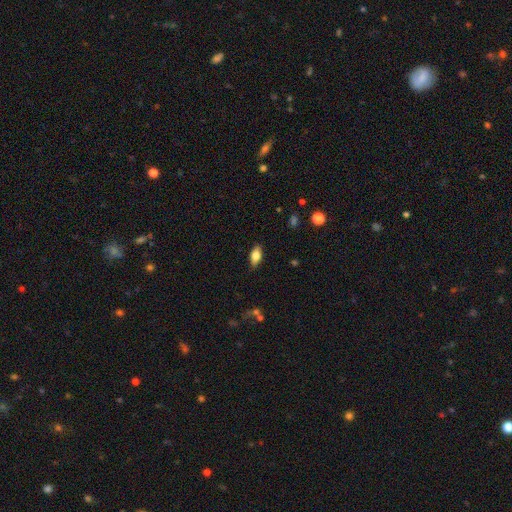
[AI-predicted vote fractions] Q: Smooth or featured?
A: smooth (69%); runner-up: featured or disk (23%)
Q: How rounded?
A: in between (83%); runner-up: cigar-shaped (13%)
Q: Merging?
A: none (84%); runner-up: minor disturbance (12%)